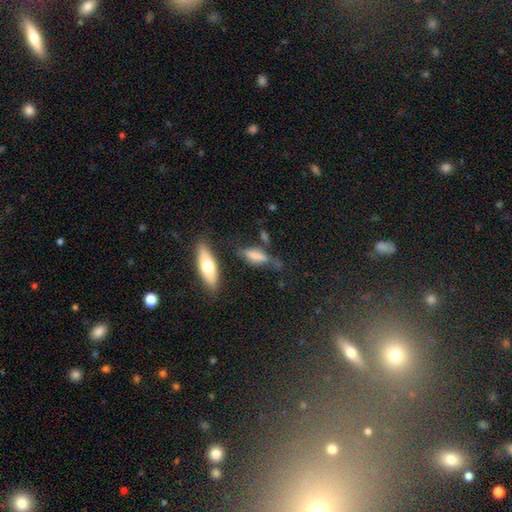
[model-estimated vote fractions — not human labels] The model was most divided on "how rounded": in between: 57%, cigar-shaped: 39%, round: 4%. More confident: smooth or featured — smooth (68%); merging — none (51%).